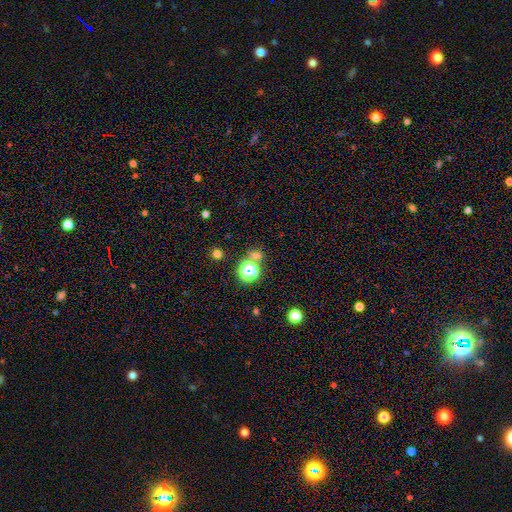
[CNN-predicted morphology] Smooth or featured: smooth — 51% (star or artifact — 41%)
How rounded: round — 78% (in between — 20%)
Merging: none — 68% (merger — 18%)